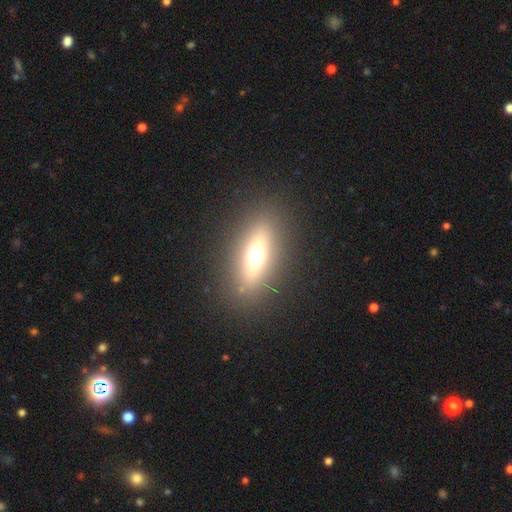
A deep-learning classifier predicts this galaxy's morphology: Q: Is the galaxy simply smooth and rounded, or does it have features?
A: smooth — 51%.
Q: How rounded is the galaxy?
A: in between — 63%.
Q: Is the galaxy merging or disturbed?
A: none — 87%.